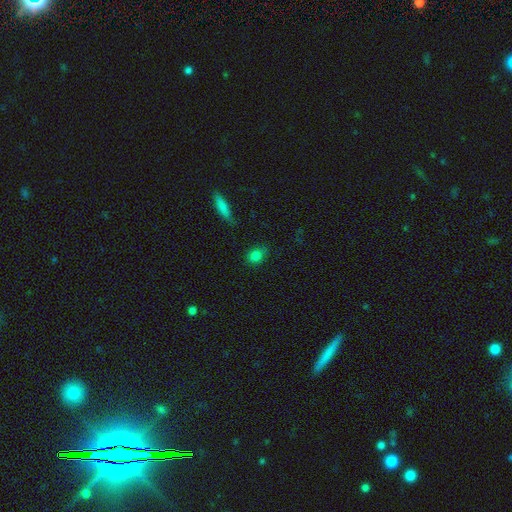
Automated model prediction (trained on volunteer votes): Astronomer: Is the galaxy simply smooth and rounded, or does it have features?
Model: smooth — 82%.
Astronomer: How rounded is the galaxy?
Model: round — 60% (runner-up: in between, 37%).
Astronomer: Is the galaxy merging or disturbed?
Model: none — 76%.